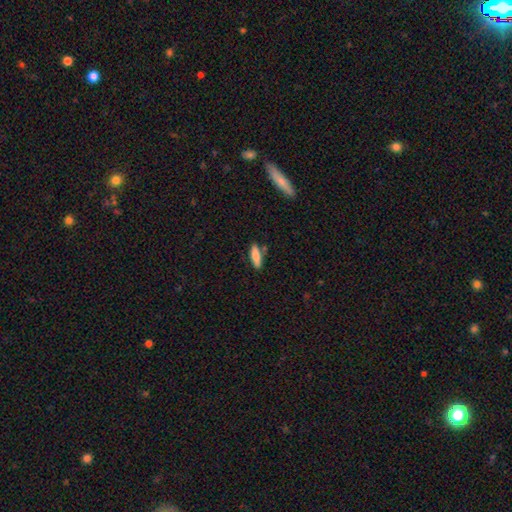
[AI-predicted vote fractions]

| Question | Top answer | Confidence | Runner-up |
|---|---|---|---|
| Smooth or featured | smooth | 81% | featured or disk (13%) |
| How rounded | cigar-shaped | 52% | in between (46%) |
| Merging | none | 75% | minor disturbance (15%) |